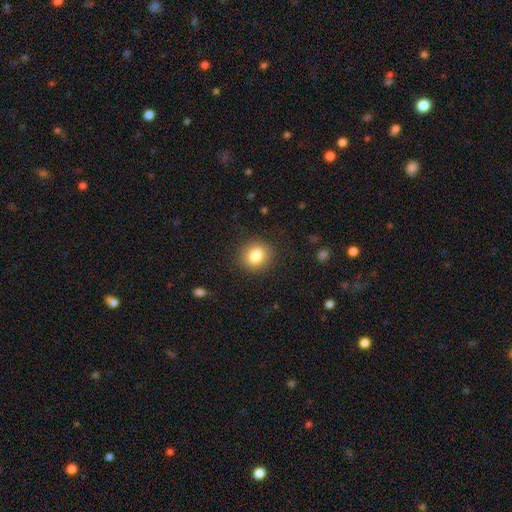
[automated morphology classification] smooth-or-featured: smooth: 83% | star or artifact: 10% | featured or disk: 8%
  how-rounded: round: 78% | in between: 22% | cigar-shaped: 1%
  merging: none: 89% | minor disturbance: 8% | major disturbance: 3% | merger: 1%